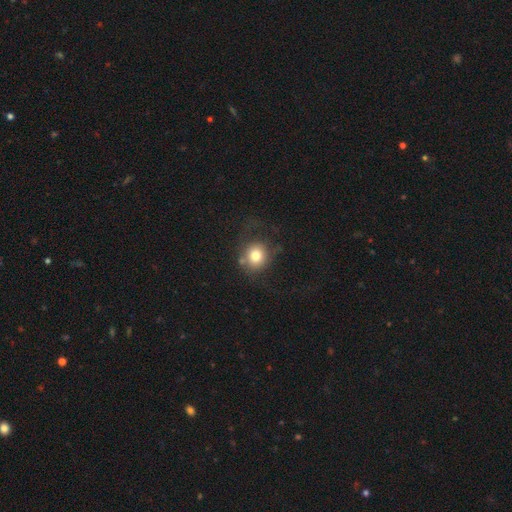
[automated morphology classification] Smooth or featured: smooth — 76% (featured or disk — 13%)
How rounded: round — 83% (in between — 16%)
Merging: none — 62% (minor disturbance — 19%)